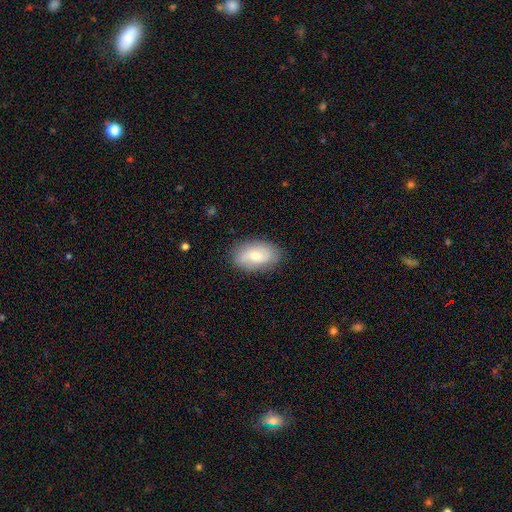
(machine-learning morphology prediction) Smooth or featured? smooth (53%)
How rounded? in between (91%)
Merging? none (82%)